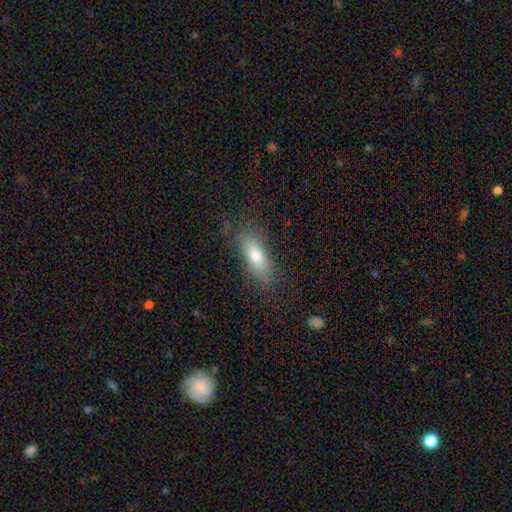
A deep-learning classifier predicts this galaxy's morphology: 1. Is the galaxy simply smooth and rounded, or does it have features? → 71% smooth, 20% featured or disk, 9% star or artifact.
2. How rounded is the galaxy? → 65% in between, 31% cigar-shaped, 4% round.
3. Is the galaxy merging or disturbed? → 79% none, 15% minor disturbance, 4% major disturbance, 1% merger.